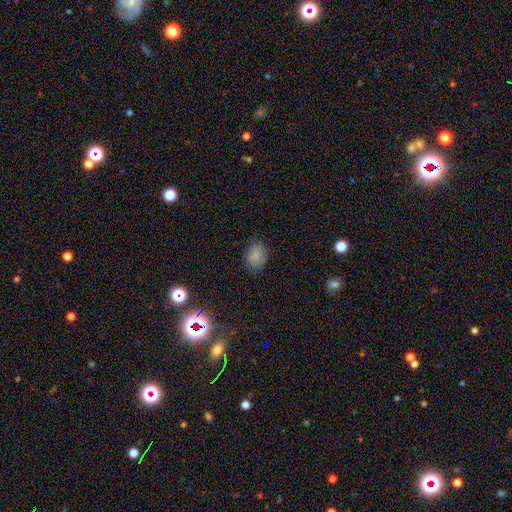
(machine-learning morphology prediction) Smooth or featured: smooth — 83% (star or artifact — 11%)
How rounded: in between — 63% (round — 36%)
Merging: none — 83% (minor disturbance — 13%)